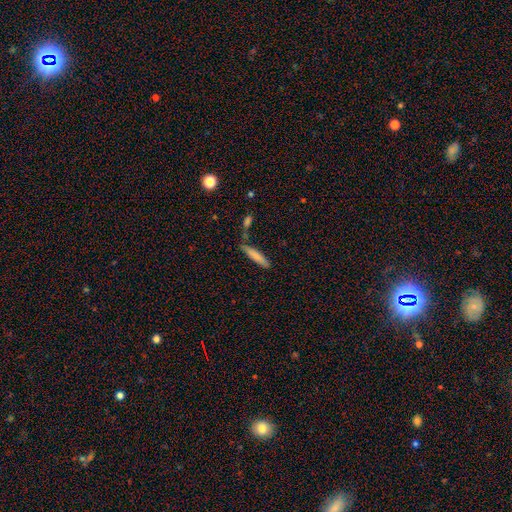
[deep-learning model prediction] Smooth or featured? smooth (78%)
How rounded? cigar-shaped (86%)
Merging? none (69%)